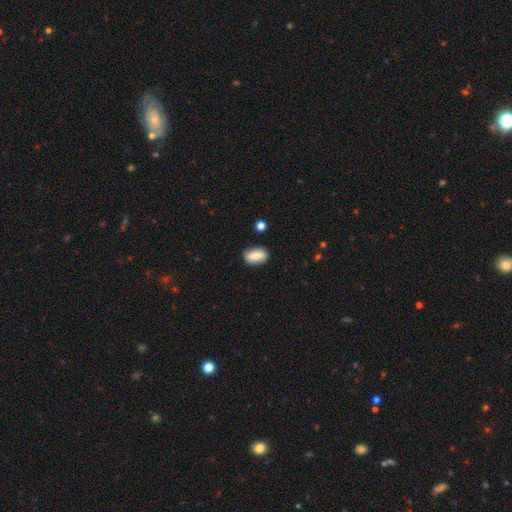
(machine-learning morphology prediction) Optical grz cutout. It shows a smooth galaxy with no disk features (79%) that is in between round and cigar-shaped (88%). Merging: none (82%).